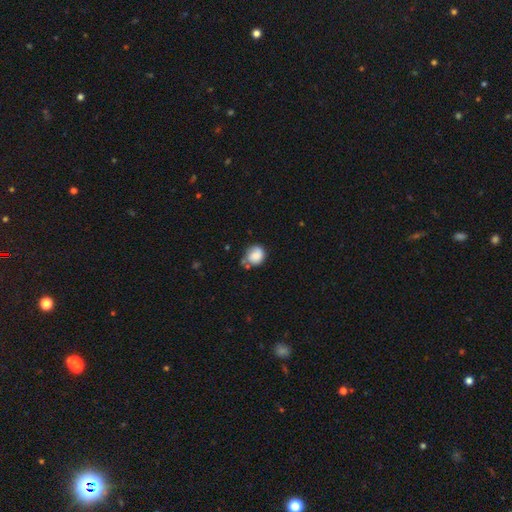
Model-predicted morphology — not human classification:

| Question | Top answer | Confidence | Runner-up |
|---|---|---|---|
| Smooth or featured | smooth | 77% | featured or disk (15%) |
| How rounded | round | 69% | in between (30%) |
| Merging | none | 49% | minor disturbance (30%) |